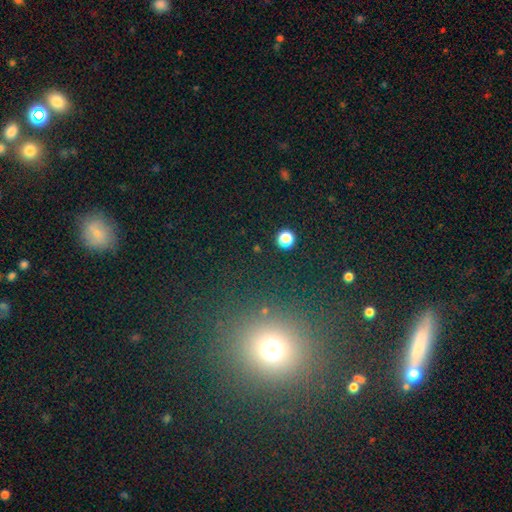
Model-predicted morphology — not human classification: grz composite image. It shows a smooth galaxy with no disk features (52%) that is round (79%). Merging: none (88%).